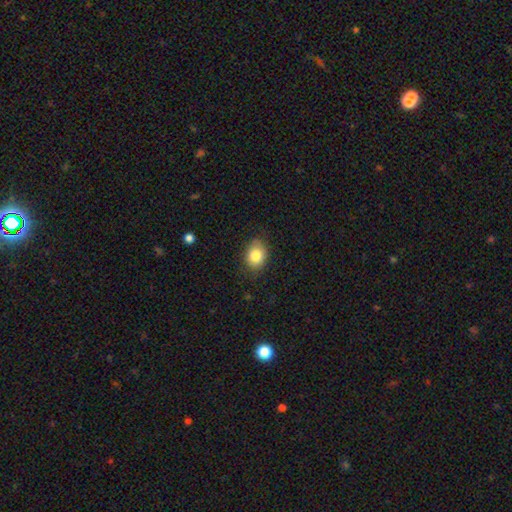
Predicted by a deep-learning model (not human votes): smooth 82%, featured or disk 9%, star or artifact 9%. Down the decision tree: how rounded — in between (63%); merging — none (78%).